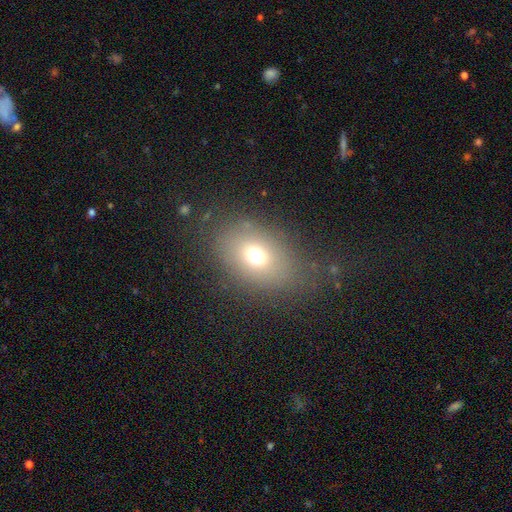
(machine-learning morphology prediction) This appears to be a smooth galaxy with no disk features (66%) that is in between round and cigar-shaped (63%). Merging: none (76%).